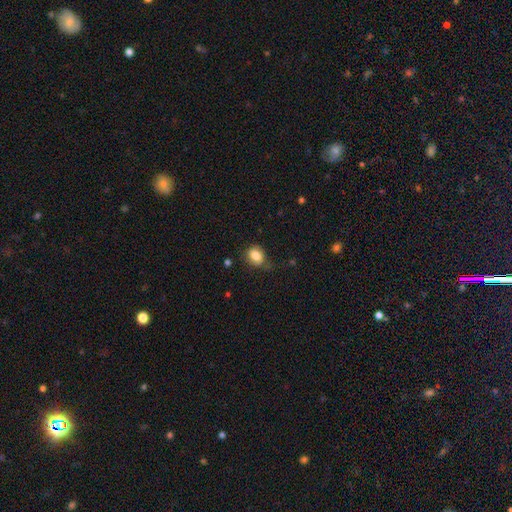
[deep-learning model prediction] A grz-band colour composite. It shows a smooth galaxy with no disk features (83%) that is in between round and cigar-shaped (55%). Merging: none (65%).